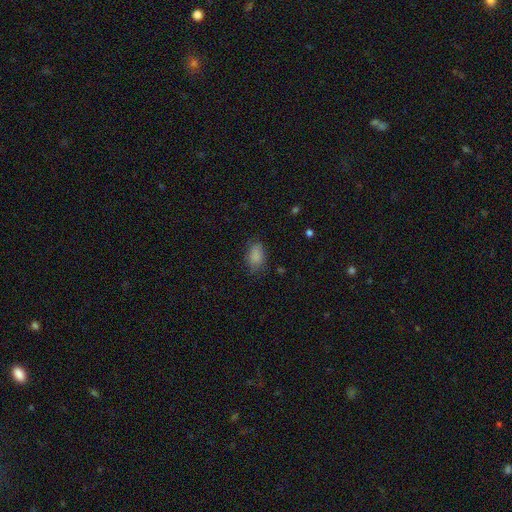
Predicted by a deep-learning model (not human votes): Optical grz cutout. It shows a smooth galaxy with no disk features (85%) that is in between round and cigar-shaped (88%). Merging: none (74%).